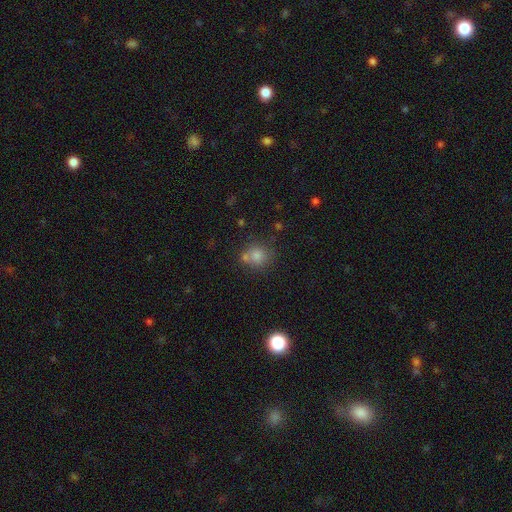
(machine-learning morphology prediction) Smooth or featured? smooth (78%)
How rounded? round (82%)
Merging? none (58%)